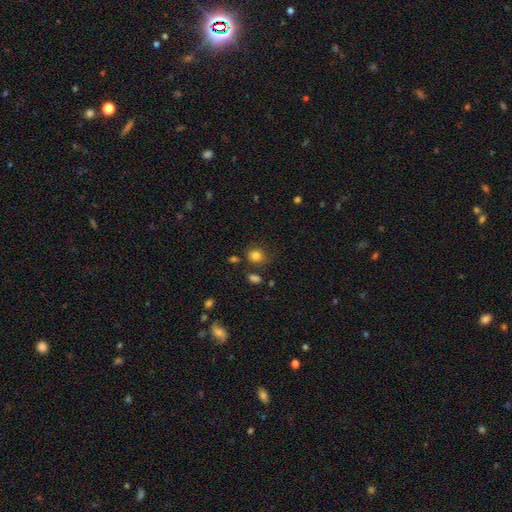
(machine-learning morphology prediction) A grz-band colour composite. It shows a smooth galaxy with no disk features (82%) that is round (75%). Merging: none (73%).